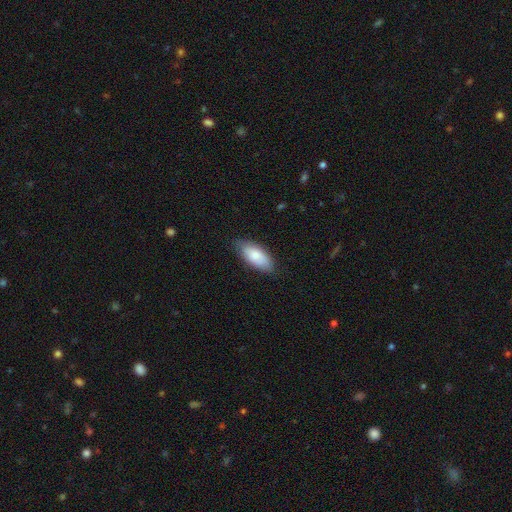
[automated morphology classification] smooth 78%, featured or disk 17%, star or artifact 6%. Down the decision tree: how rounded — in between (87%); merging — none (78%).